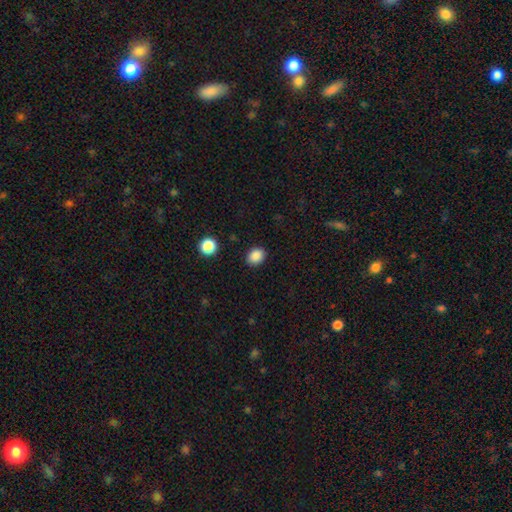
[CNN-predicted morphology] Smooth or featured? smooth (87%)
How rounded? in between (51%)
Merging? none (88%)